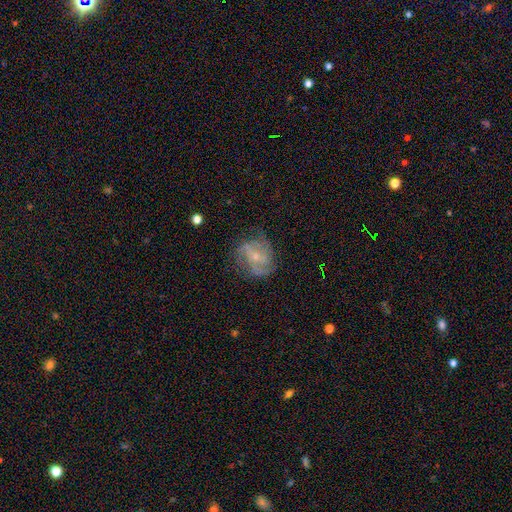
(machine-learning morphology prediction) smooth_or_featured: featured or disk (p=0.77) [alt: smooth p=0.15]
disk_edge_on: no (p=0.97) [alt: yes p=0.03]
bar: no (p=0.49) [alt: weak p=0.39]
has_spiral_arms: yes (p=0.90) [alt: no p=0.10]
spiral_winding: medium (p=0.46) [alt: tight p=0.28]
spiral_arm_count: 2 (p=0.30) [tied with: 3 p=0.30]
bulge_size: small (p=0.69) [alt: moderate p=0.25]
merging: none (p=0.66) [alt: minor disturbance p=0.21]